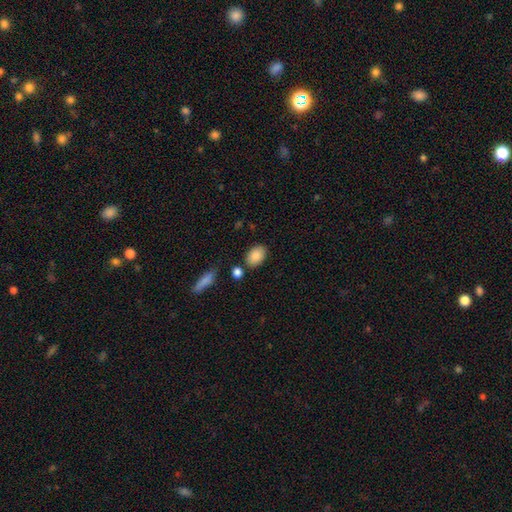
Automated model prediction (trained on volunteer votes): Smooth or featured?
  - smooth: 87% *
  - star or artifact: 7%
  - featured or disk: 7%
How rounded?
  - in between: 87% *
  - round: 11%
  - cigar-shaped: 2%
Merging?
  - none: 79% *
  - minor disturbance: 11%
  - merger: 6%
  - major disturbance: 3%